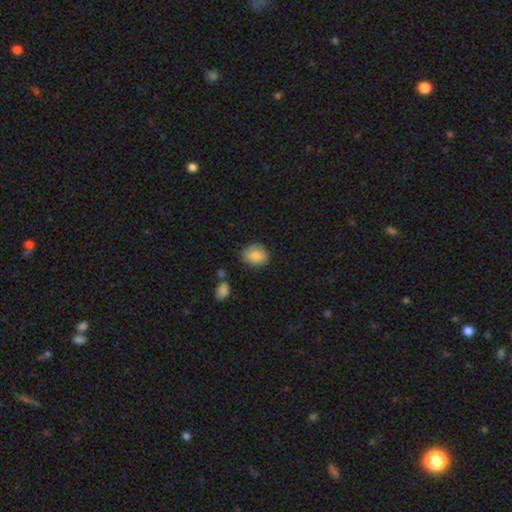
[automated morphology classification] type=smooth (83%); roundness=in between (56%); merging=none (75%).